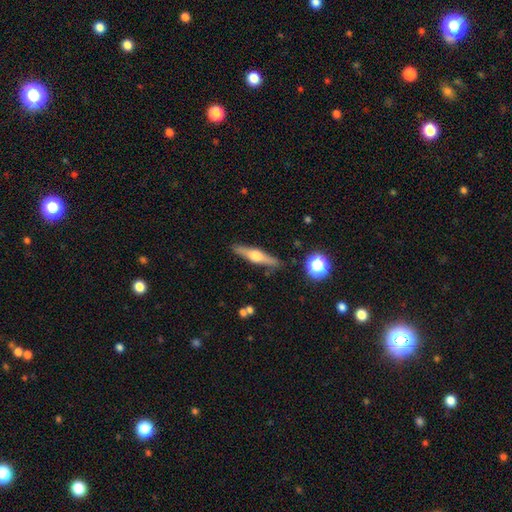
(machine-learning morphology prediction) This appears to be a featured or disk galaxy (65%) viewed edge-on (96%) with a rounded central bulge (94%). Merging: none (88%).